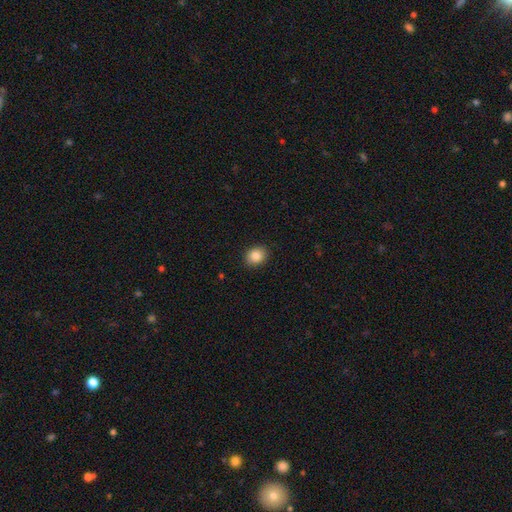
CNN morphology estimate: This is clearly a smooth galaxy (86%). How rounded: possibly round (54%). Merging: clearly none (89%).